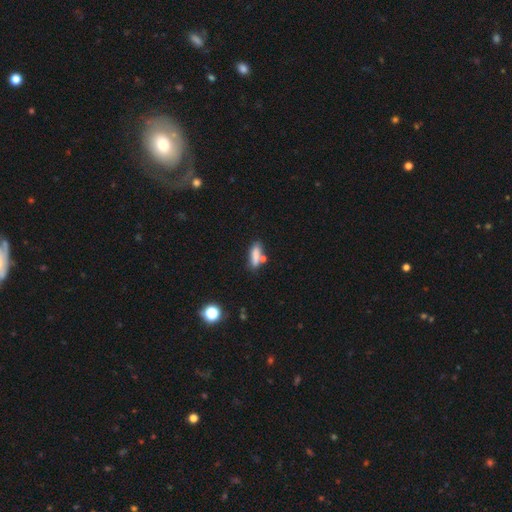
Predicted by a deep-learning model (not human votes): Q: Smooth or featured?
A: smooth (78%); runner-up: featured or disk (13%)
Q: How rounded?
A: cigar-shaped (54%); runner-up: in between (43%)
Q: Merging?
A: none (62%); runner-up: merger (18%)